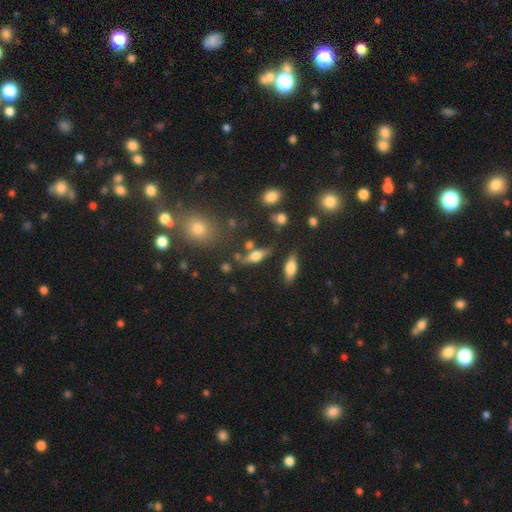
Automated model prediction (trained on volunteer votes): Smooth or featured: smooth — 46% (featured or disk — 42%)
Merging: none — 66% (minor disturbance — 16%)